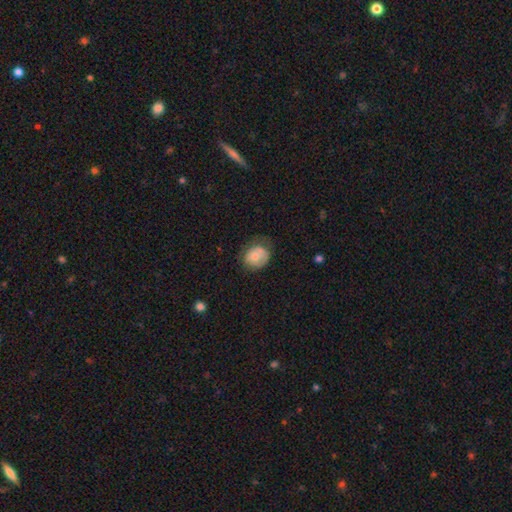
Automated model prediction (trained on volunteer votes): Smooth or featured?
  - smooth: 68% *
  - featured or disk: 24%
  - star or artifact: 8%
How rounded?
  - round: 67% *
  - in between: 33%
  - cigar-shaped: 1%
Merging?
  - none: 51% *
  - minor disturbance: 31%
  - major disturbance: 16%
  - merger: 2%